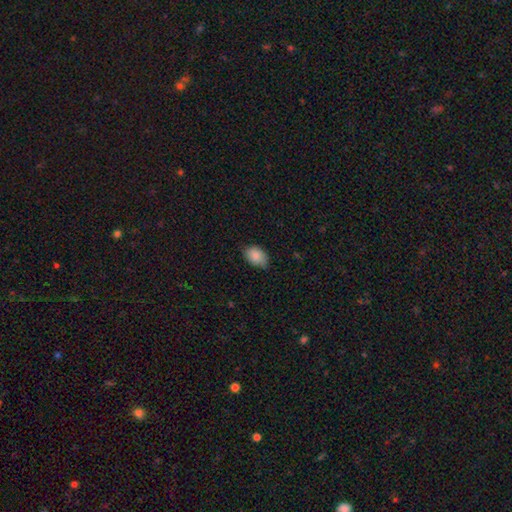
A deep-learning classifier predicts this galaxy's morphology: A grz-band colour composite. It shows a smooth galaxy with no disk features (88%) that is in between round and cigar-shaped (84%). Merging: none (73%).